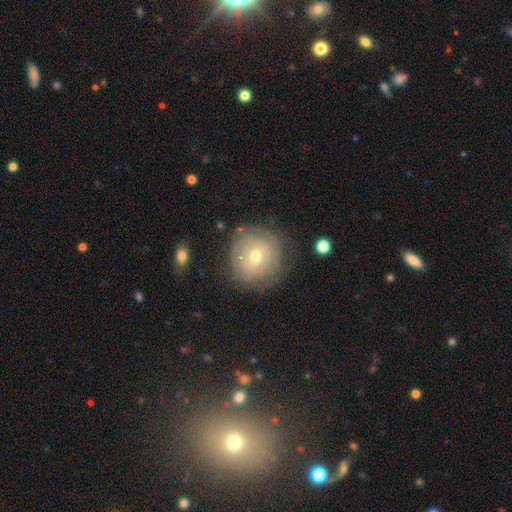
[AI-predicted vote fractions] This appears to be a smooth galaxy with no disk features (48%). Merging: none (77%).